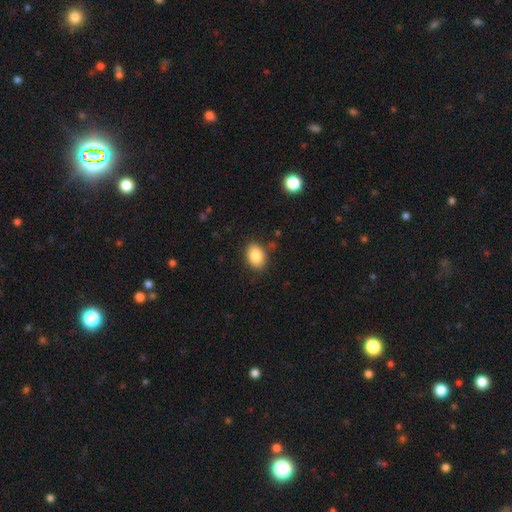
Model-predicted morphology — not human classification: The model was most divided on "how rounded": in between: 78%, round: 21%, cigar-shaped: 1%. More confident: smooth or featured — smooth (86%); merging — none (85%).